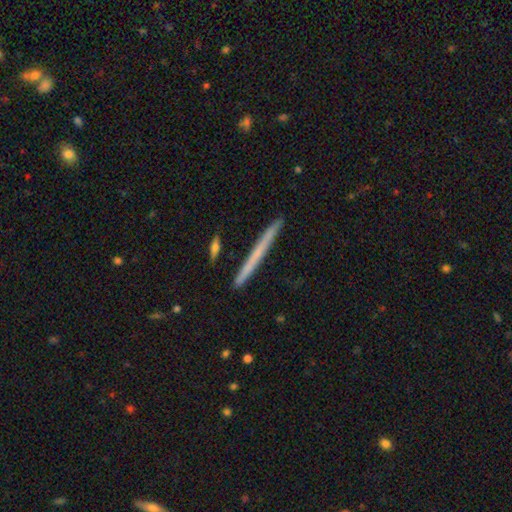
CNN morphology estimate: Smooth or featured?
  - smooth: 51% *
  - featured or disk: 43%
  - star or artifact: 6%
How rounded?
  - cigar-shaped: 97% *
  - in between: 1%
  - round: 1%
Merging?
  - none: 92% *
  - minor disturbance: 6%
  - merger: 1%
  - major disturbance: 1%